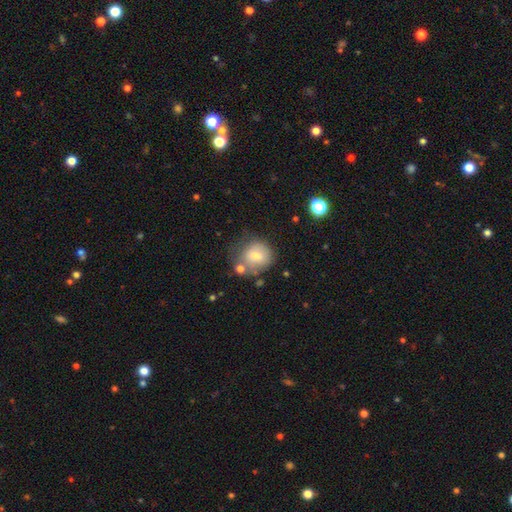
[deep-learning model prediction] This is likely a smooth galaxy (74%). How rounded: likely round (80%). Merging: possibly none (54%).